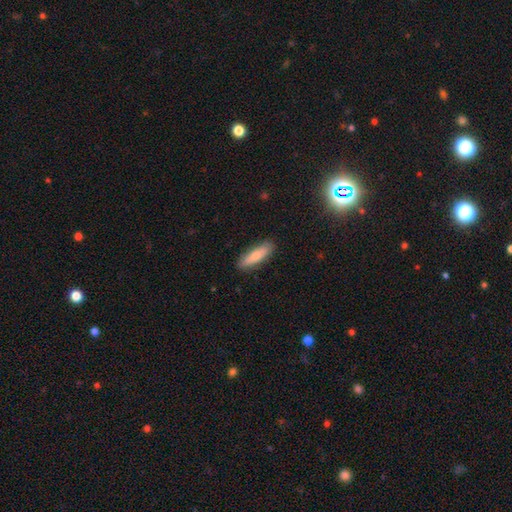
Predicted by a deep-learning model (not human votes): Smooth or featured? Predicted: smooth (p=0.74). How rounded? Predicted: cigar-shaped (p=0.58). Merging? Predicted: none (p=0.88).